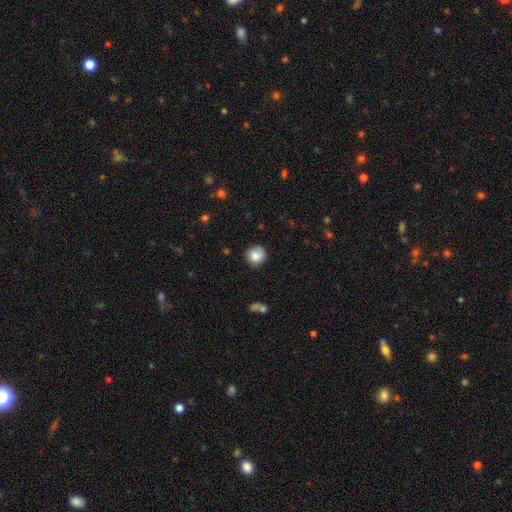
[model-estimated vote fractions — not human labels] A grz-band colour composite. It shows a smooth galaxy with no disk features (86%) that is round (91%). Merging: none (84%).